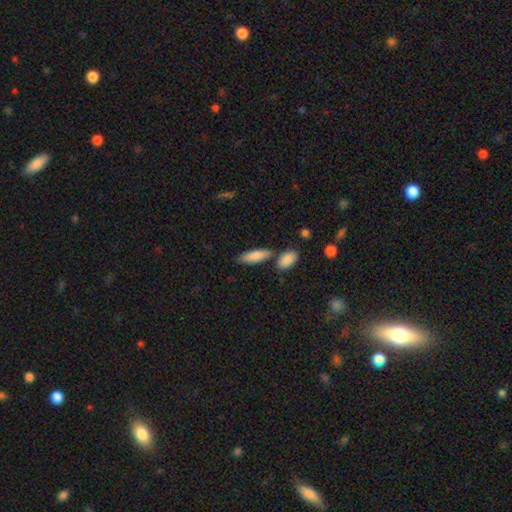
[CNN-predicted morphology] smooth-or-featured: smooth: 84% | featured or disk: 10% | star or artifact: 6%
  how-rounded: in between: 56% | cigar-shaped: 42% | round: 2%
  merging: none: 72% | merger: 13% | minor disturbance: 12% | major disturbance: 3%